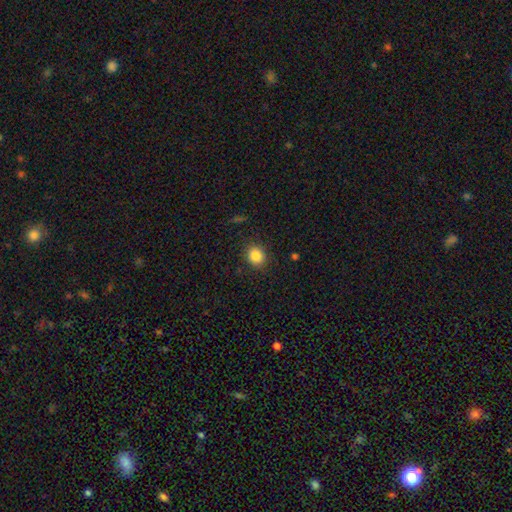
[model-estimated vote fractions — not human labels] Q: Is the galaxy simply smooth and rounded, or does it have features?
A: smooth — 85%.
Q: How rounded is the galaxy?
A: round — 73%.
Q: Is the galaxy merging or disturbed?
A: none — 89%.